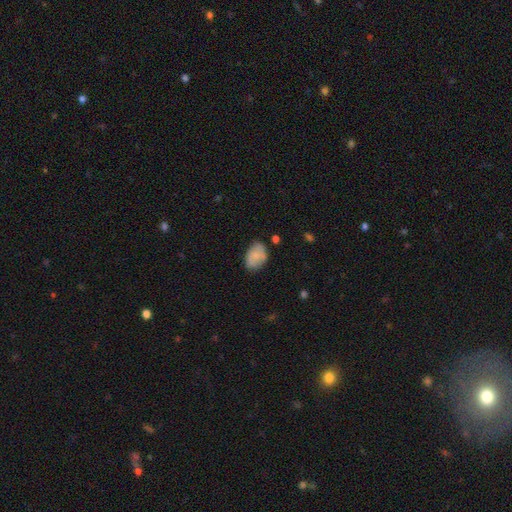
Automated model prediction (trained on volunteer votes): A smooth galaxy with no disk features (75%) that is in between round and cigar-shaped (83%). Merging: none (67%).